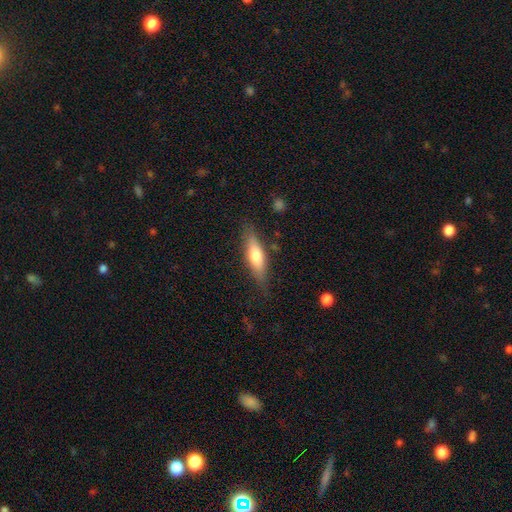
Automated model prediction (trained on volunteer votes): Morphology: type=smooth (63%); roundness=cigar-shaped (57%); merging=none (80%).